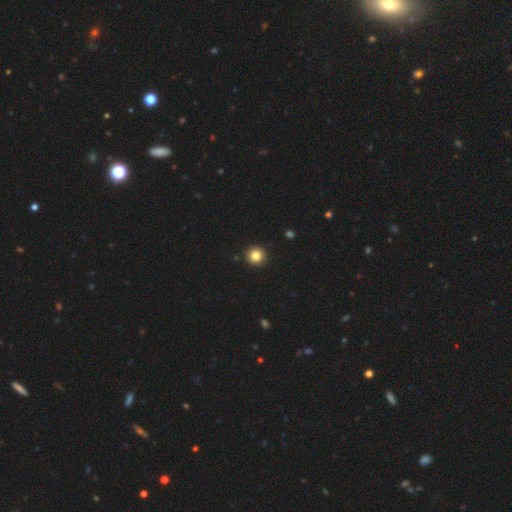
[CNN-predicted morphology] Smooth or featured?
  - smooth: 84% *
  - star or artifact: 11%
  - featured or disk: 5%
How rounded?
  - round: 96% *
  - in between: 3%
  - cigar-shaped: 1%
Merging?
  - none: 93% *
  - minor disturbance: 4%
  - major disturbance: 1%
  - merger: 1%